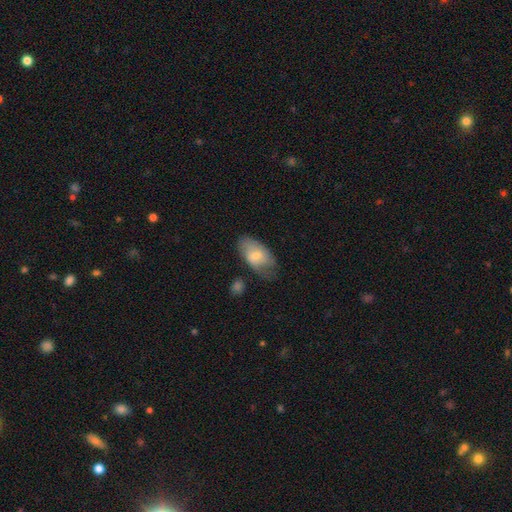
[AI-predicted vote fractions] Overall: smooth (66%; featured or disk 28%). How rounded: in between (93%). Merging: none (56%; minor disturbance 29%).